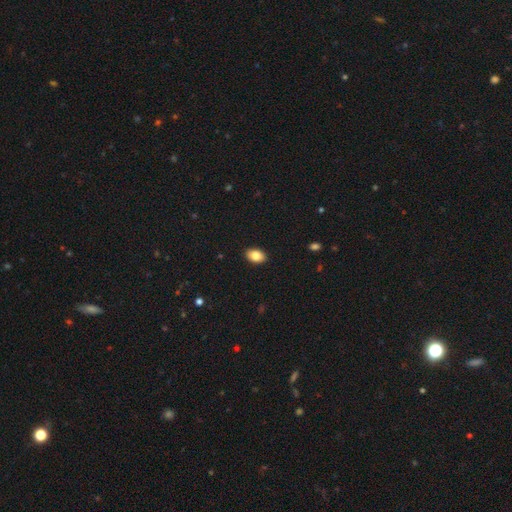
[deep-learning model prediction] smooth 85%, star or artifact 8%, featured or disk 7%. Down the decision tree: how rounded — in between (88%); merging — none (90%).